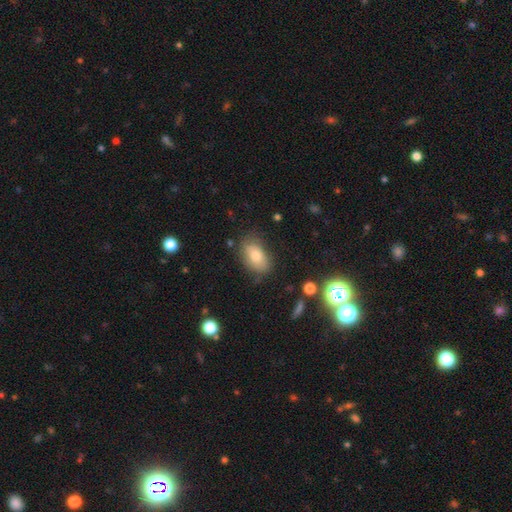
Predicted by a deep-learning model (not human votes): A smooth galaxy with no disk features (75%) that is in between round and cigar-shaped (89%).

Vote fractions:
- Smooth or featured? smooth: 75% / featured or disk: 14% / star or artifact: 11%
- How rounded? in between: 89% / round: 9% / cigar-shaped: 2%
- Merging? none: 74% / minor disturbance: 18% / major disturbance: 5% / merger: 2%